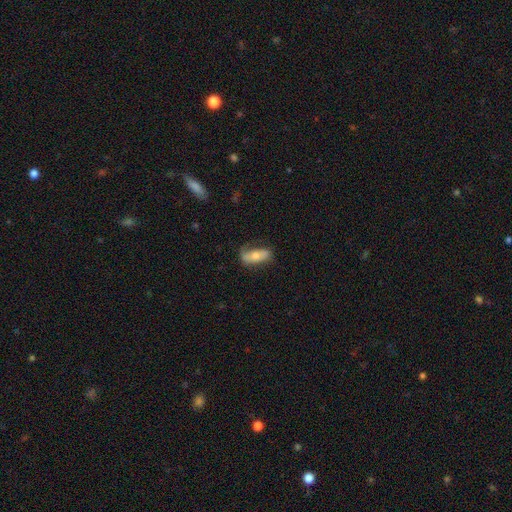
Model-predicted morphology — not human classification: This is possibly a smooth galaxy (54%). How rounded: likely in between (74%). Merging: possibly none (57%).